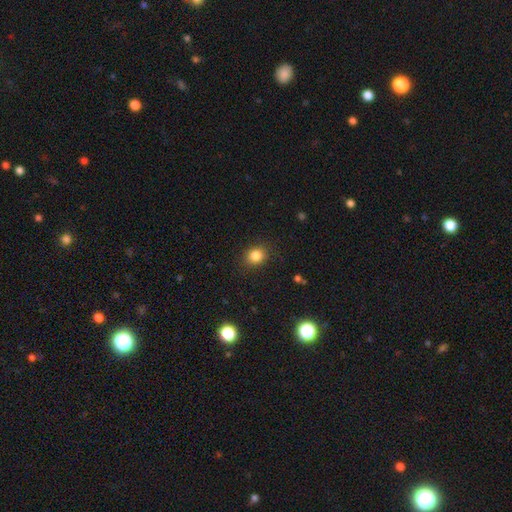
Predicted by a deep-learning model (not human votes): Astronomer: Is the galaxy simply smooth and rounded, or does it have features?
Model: smooth — 84%.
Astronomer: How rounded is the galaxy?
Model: round — 66%.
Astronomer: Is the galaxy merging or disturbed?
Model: none — 86%.